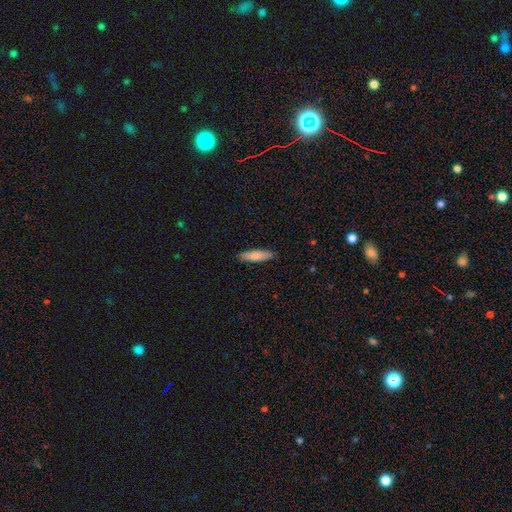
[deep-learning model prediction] Morphology: type=smooth (83%); roundness=cigar-shaped (67%); merging=none (88%).